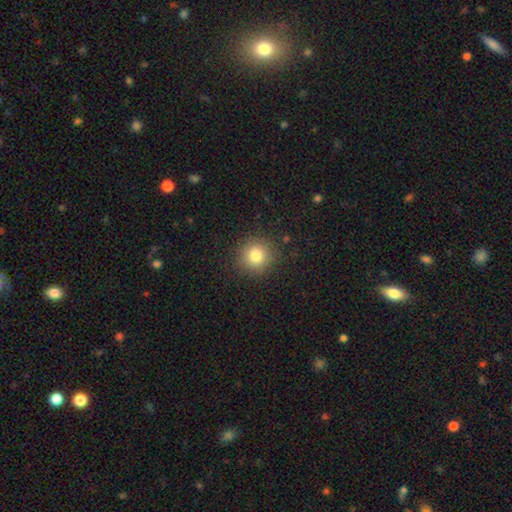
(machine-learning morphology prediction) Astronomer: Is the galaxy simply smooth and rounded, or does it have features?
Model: smooth — 81%.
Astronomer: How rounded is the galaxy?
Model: round — 91%.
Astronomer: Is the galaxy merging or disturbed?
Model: none — 89%.